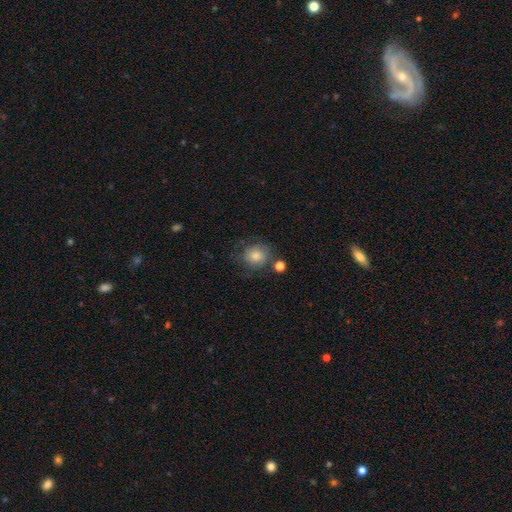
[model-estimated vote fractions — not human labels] The model was most divided on "smooth or featured": smooth: 69%, featured or disk: 18%, star or artifact: 13%. More confident: how rounded — round (78%); merging — none (71%).